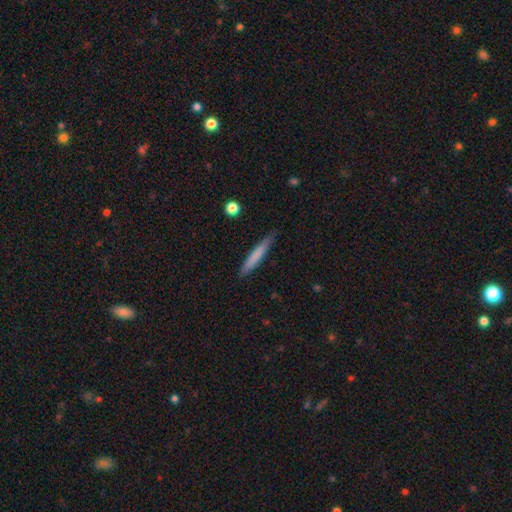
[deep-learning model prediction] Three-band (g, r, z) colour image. It shows a smooth galaxy with no disk features (74%) that is cigar-shaped (95%). Merging: none (86%).